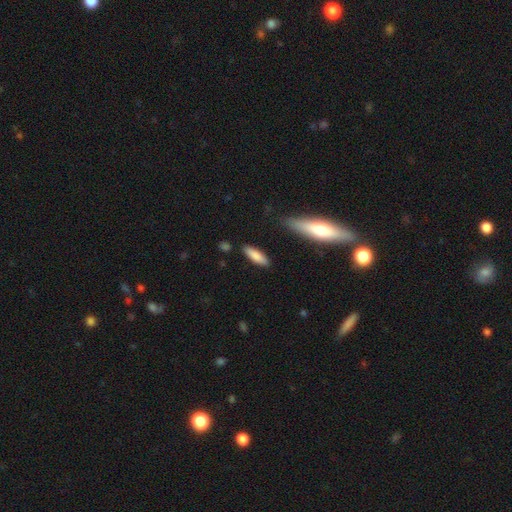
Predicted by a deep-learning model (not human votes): Smooth or featured? smooth (84%)
How rounded? in between (50%)
Merging? none (85%)